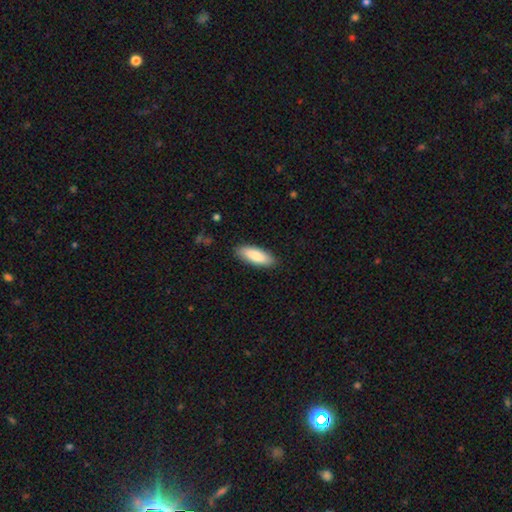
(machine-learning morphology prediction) The model was most divided on "how rounded": in between: 67%, cigar-shaped: 31%, round: 2%. More confident: merging — none (88%); smooth or featured — smooth (85%).